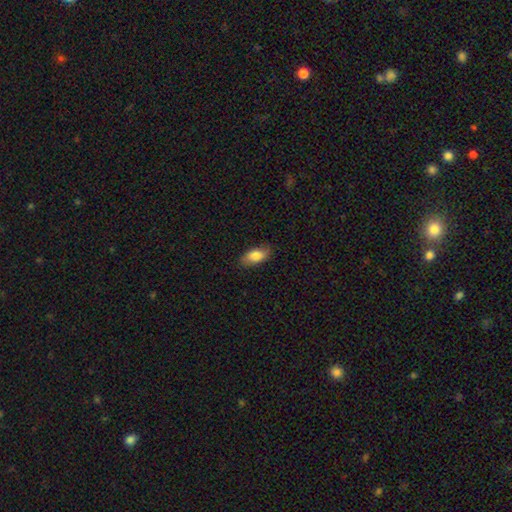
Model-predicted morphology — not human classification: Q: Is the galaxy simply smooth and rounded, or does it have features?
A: smooth — 82%.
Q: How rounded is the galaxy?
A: in between — 89%.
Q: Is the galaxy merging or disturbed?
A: none — 84%.